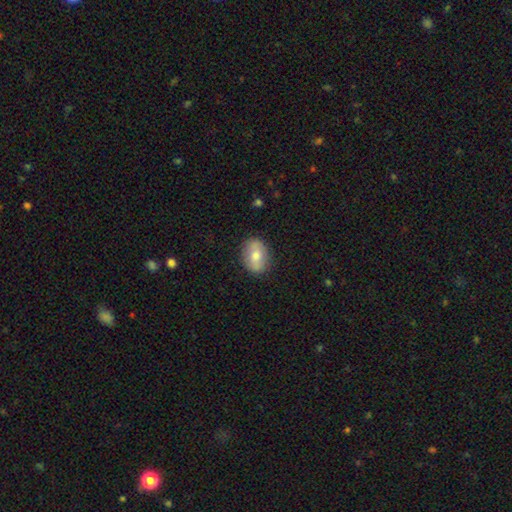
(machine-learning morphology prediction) Q: Smooth or featured?
A: smooth (62%); runner-up: featured or disk (30%)
Q: How rounded?
A: in between (75%); runner-up: round (23%)
Q: Merging?
A: none (86%); runner-up: minor disturbance (10%)